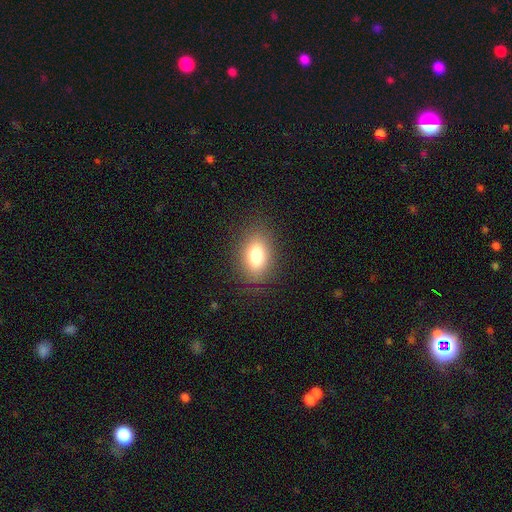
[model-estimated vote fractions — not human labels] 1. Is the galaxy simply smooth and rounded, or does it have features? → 78% smooth, 11% featured or disk, 10% star or artifact.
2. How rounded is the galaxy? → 79% in between, 19% round, 2% cigar-shaped.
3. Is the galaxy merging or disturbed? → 84% none, 10% minor disturbance, 4% major disturbance, 1% merger.